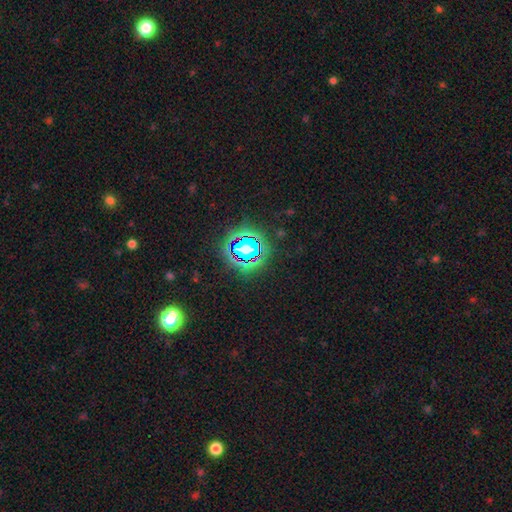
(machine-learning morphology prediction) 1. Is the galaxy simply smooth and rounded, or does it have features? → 82% star or artifact, 12% smooth, 7% featured or disk.